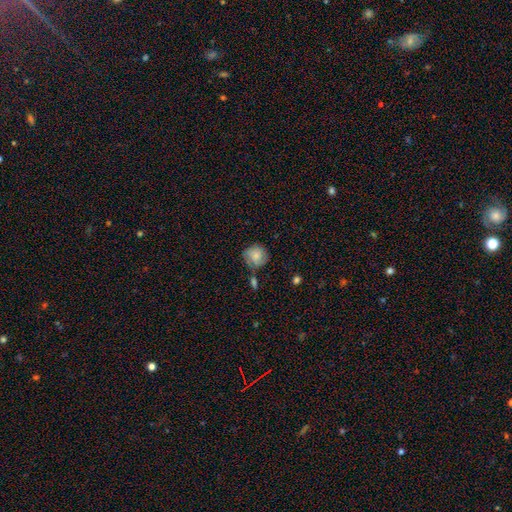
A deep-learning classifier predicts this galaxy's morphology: Smooth or featured: smooth — 72% (featured or disk — 21%)
How rounded: round — 86% (in between — 13%)
Merging: none — 62% (minor disturbance — 23%)